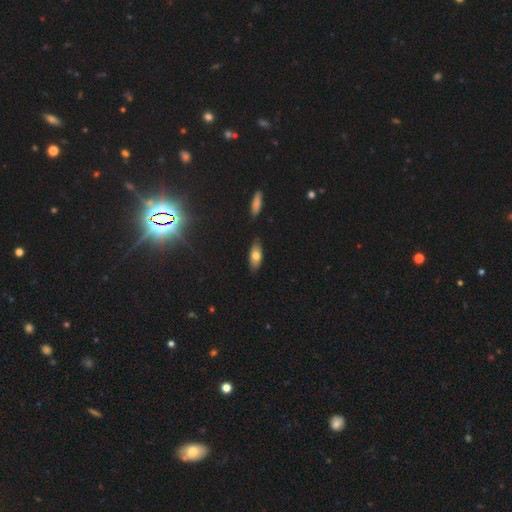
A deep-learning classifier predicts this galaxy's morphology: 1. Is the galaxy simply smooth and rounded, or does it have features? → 75% smooth, 18% featured or disk, 7% star or artifact.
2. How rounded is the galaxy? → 80% in between, 17% cigar-shaped, 3% round.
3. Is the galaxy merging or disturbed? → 81% none, 14% minor disturbance, 3% merger, 2% major disturbance.